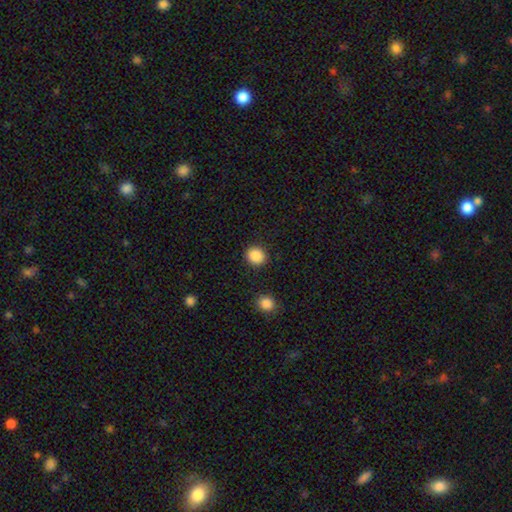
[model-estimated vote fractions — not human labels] Smooth or featured? smooth (88%)
How rounded? round (84%)
Merging? none (90%)